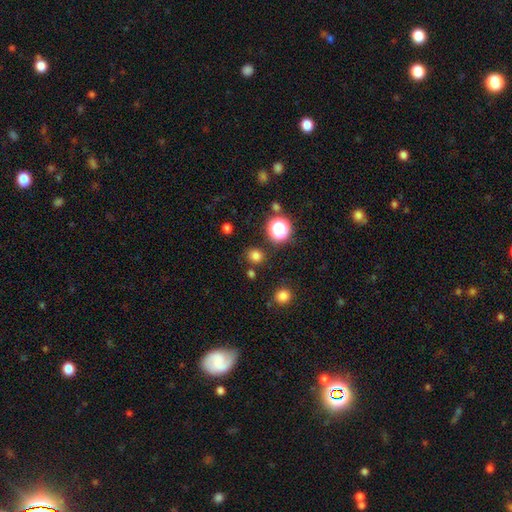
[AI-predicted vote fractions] smooth-or-featured: smooth: 75% | star or artifact: 20% | featured or disk: 5%
  how-rounded: round: 87% | in between: 12% | cigar-shaped: 1%
  merging: none: 85% | minor disturbance: 8% | merger: 4% | major disturbance: 3%